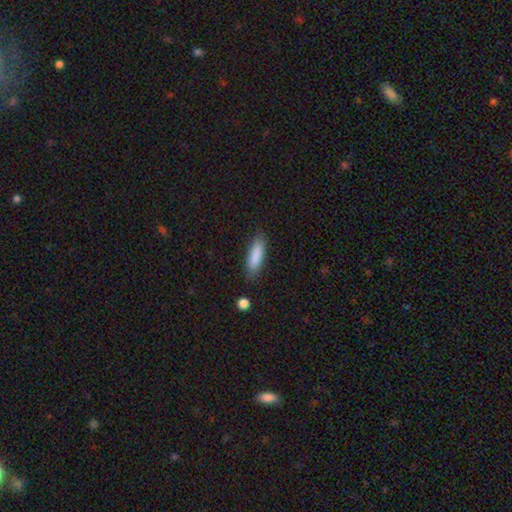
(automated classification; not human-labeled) The model was most divided on "how rounded": cigar-shaped: 57%, in between: 42%, round: 2%. More confident: smooth or featured — smooth (86%); merging — none (83%).